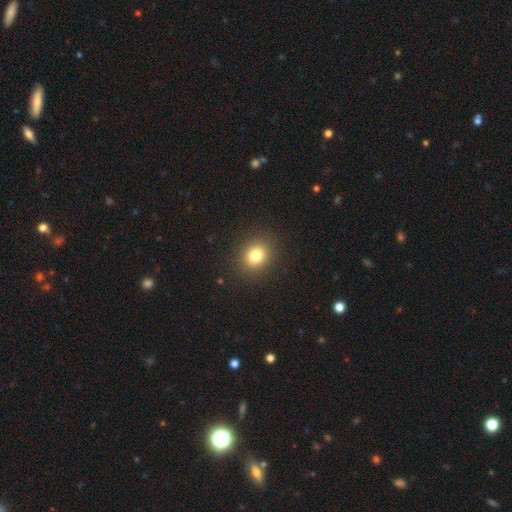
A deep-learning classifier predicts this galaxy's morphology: Smooth or featured? Predicted: smooth (p=0.80). How rounded? Predicted: round (p=0.68). Merging? Predicted: none (p=0.89).